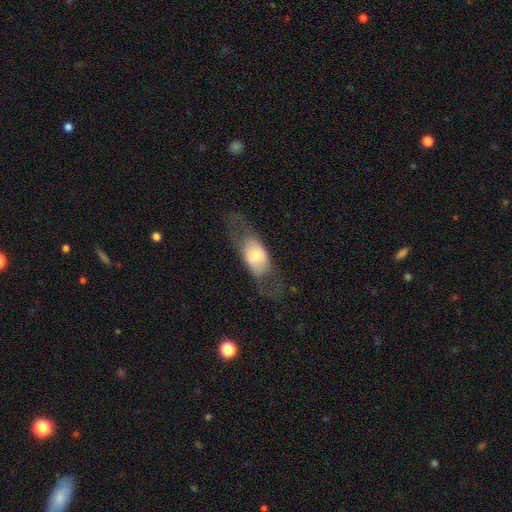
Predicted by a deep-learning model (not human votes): This is possibly a smooth galaxy (51%). How rounded: likely in between (78%). Merging: possibly none (56%).